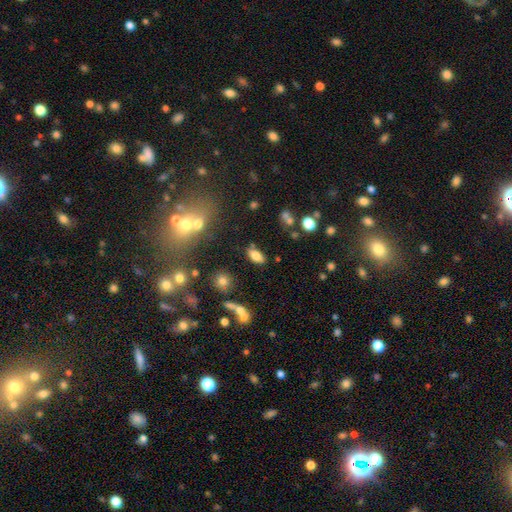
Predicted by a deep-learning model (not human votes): A smooth galaxy with no disk features (78%) that is in between round and cigar-shaped (90%). Merging: none (76%).